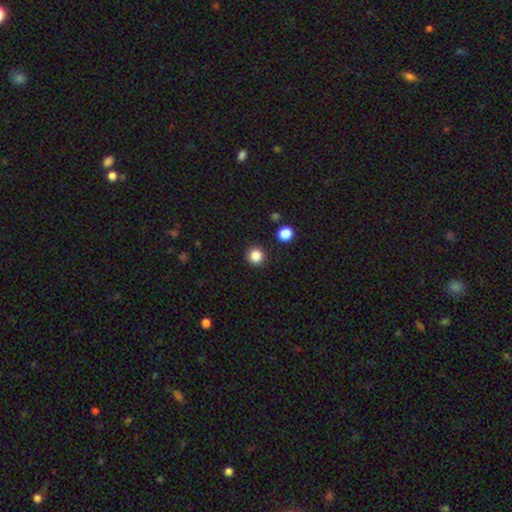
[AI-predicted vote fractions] Smooth or featured? smooth (86%)
How rounded? round (95%)
Merging? none (91%)